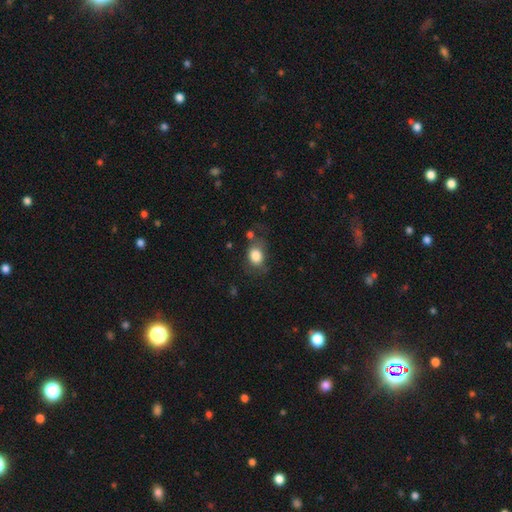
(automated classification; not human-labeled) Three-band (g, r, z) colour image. It shows a smooth galaxy with no disk features (83%) that is in between round and cigar-shaped (58%). Merging: none (58%).